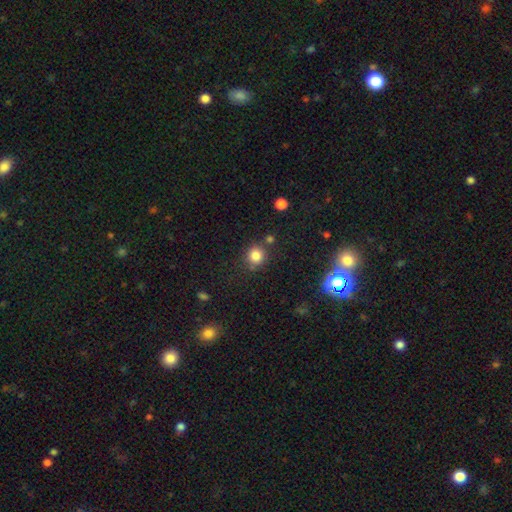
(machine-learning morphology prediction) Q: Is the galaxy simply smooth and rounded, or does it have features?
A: smooth — 82%.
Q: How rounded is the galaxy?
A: round — 87%.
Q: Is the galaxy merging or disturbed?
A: none — 76%.